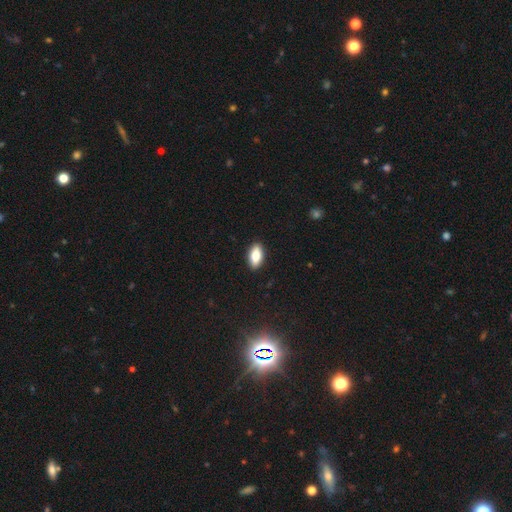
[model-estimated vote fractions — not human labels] Smooth or featured? Predicted: smooth (p=0.80). How rounded? Predicted: in between (p=0.91). Merging? Predicted: none (p=0.90).